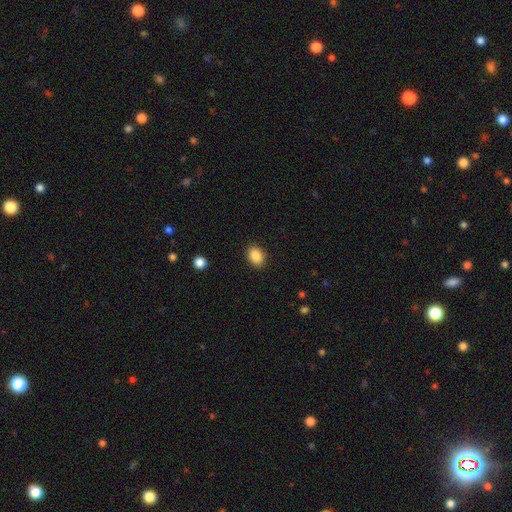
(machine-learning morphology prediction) The model was most divided on "how rounded": in between: 70%, round: 29%, cigar-shaped: 1%. More confident: merging — none (89%); smooth or featured — smooth (88%).